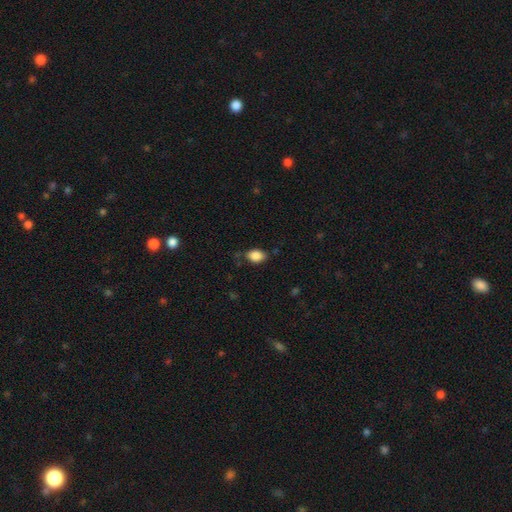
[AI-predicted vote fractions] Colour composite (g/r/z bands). It shows a smooth galaxy with no disk features (86%) that is in between round and cigar-shaped (80%). Merging: none (73%).